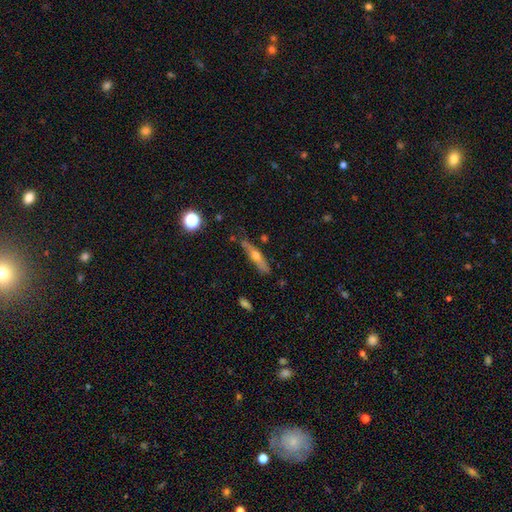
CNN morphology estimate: smooth_or_featured: featured or disk (p=0.53) [alt: smooth p=0.39]
disk_edge_on: yes (p=0.86) [alt: no p=0.14]
merging: none (p=0.73) [alt: minor disturbance p=0.19]